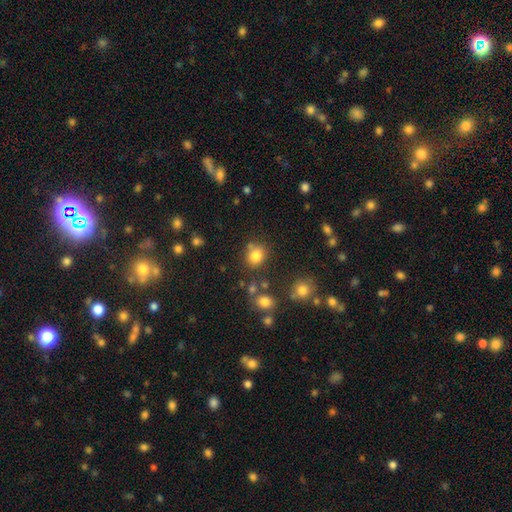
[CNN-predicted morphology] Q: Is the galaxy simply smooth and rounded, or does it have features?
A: smooth — 81%.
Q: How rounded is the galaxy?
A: round — 67%.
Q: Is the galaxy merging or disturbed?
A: none — 71%.